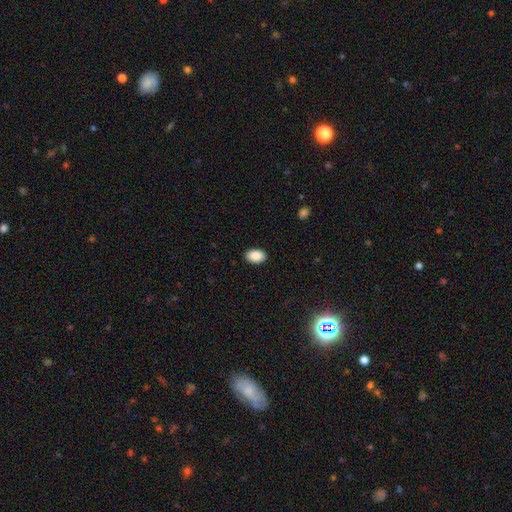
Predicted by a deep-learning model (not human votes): smooth_or_featured: smooth (p=0.89) [alt: star or artifact p=0.08]
how_rounded: in between (p=0.88) [alt: round p=0.11]
merging: none (p=0.90) [alt: minor disturbance p=0.07]